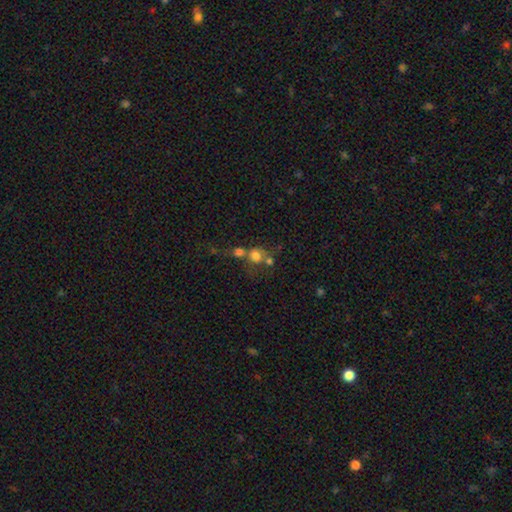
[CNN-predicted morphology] Smooth or featured?
  - smooth: 71% *
  - featured or disk: 15%
  - star or artifact: 15%
How rounded?
  - round: 79% *
  - in between: 20%
  - cigar-shaped: 1%
Merging?
  - merger: 52% *
  - none: 33%
  - minor disturbance: 8%
  - major disturbance: 7%